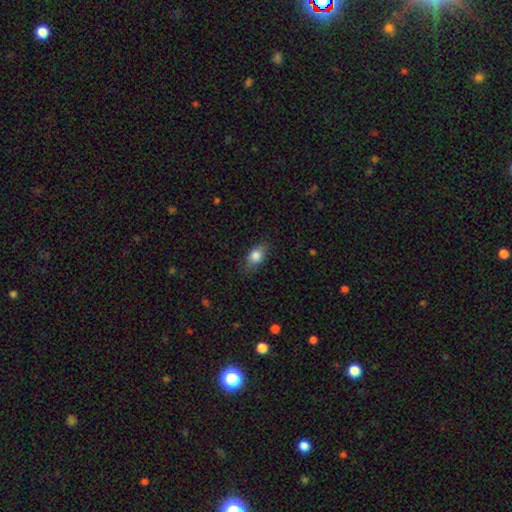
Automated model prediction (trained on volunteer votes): smooth_or_featured: smooth (p=0.83) [alt: featured or disk p=0.09]
how_rounded: in between (p=0.81) [alt: round p=0.16]
merging: none (p=0.80) [alt: minor disturbance p=0.15]